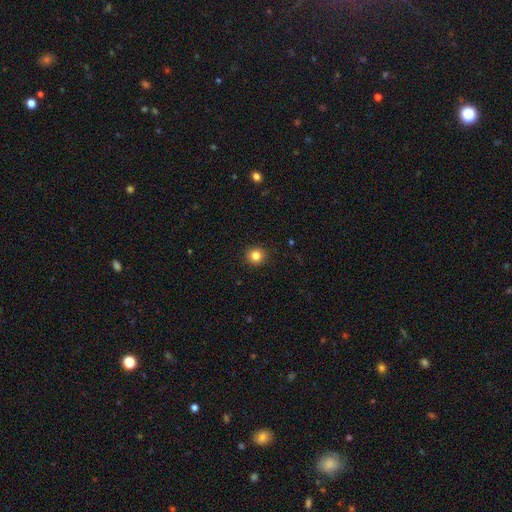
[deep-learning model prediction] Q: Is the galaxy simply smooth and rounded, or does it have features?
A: smooth — 83%.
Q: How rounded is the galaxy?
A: round — 93%.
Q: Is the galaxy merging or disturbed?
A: none — 92%.